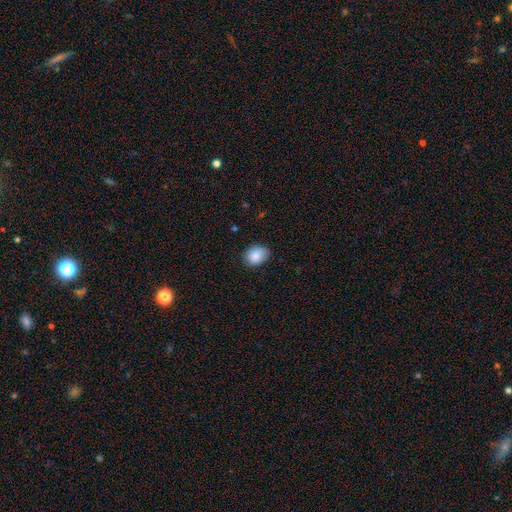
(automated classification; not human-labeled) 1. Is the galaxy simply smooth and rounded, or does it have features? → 87% smooth, 8% star or artifact, 6% featured or disk.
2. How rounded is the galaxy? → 62% in between, 37% round, 1% cigar-shaped.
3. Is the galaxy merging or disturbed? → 78% none, 18% minor disturbance, 3% major disturbance, 1% merger.